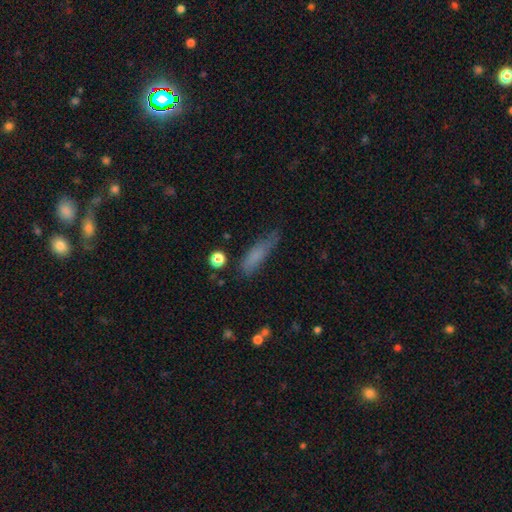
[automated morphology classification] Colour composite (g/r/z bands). It shows a smooth galaxy with no disk features (74%) that is cigar-shaped (65%). Merging: none (55%).